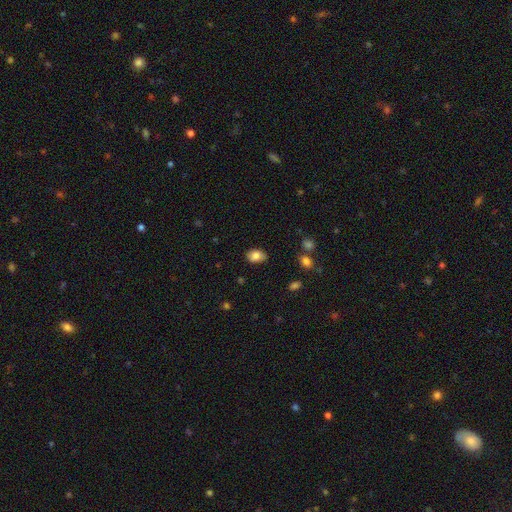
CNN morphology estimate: smooth_or_featured: smooth (p=0.85) [alt: star or artifact p=0.08]
how_rounded: in between (p=0.79) [alt: round p=0.20]
merging: none (p=0.81) [alt: minor disturbance p=0.14]